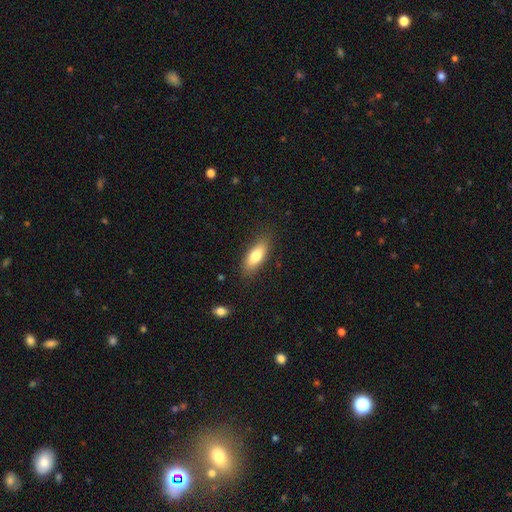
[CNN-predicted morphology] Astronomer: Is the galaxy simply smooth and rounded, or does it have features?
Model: smooth — 78%.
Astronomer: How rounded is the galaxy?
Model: in between — 69%.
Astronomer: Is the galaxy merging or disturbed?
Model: none — 83%.